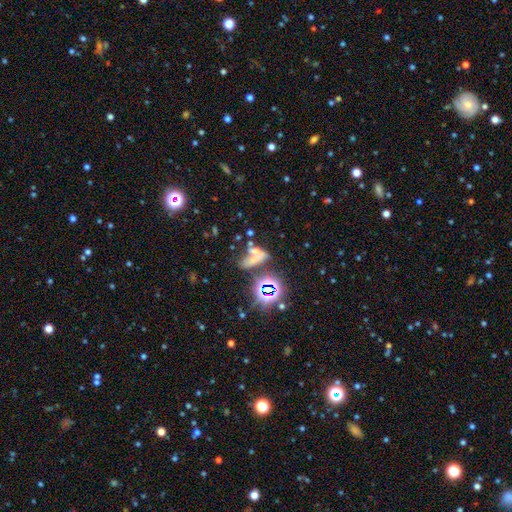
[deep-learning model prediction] smooth 39%, star or artifact 36%, featured or disk 25%. Down the decision tree: merging — merger (40%).